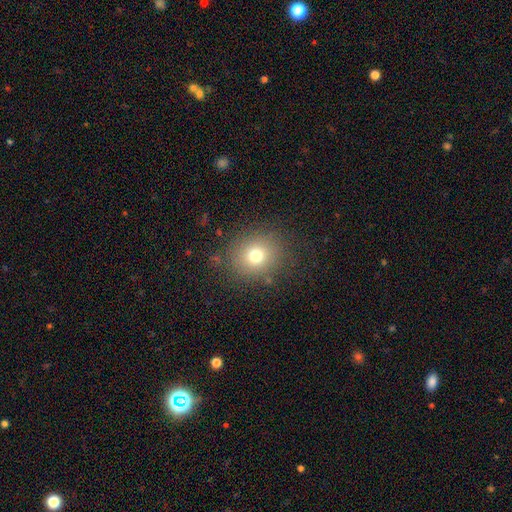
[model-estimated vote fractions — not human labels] Overall: smooth (73%). How rounded: round (78%). Merging: none (83%).